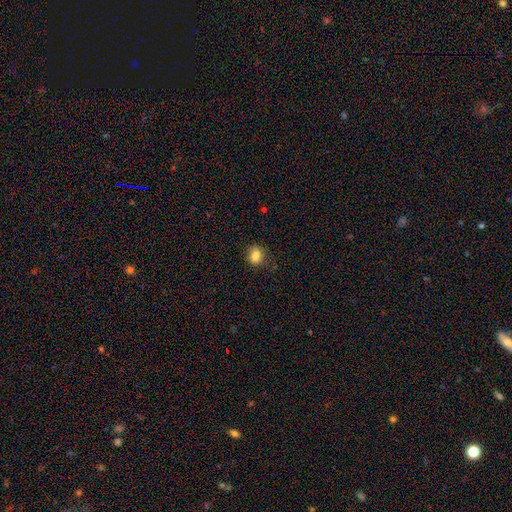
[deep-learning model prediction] The model was most divided on "how rounded": round: 52%, in between: 47%, cigar-shaped: 1%. More confident: smooth or featured — smooth (85%); merging — none (82%).